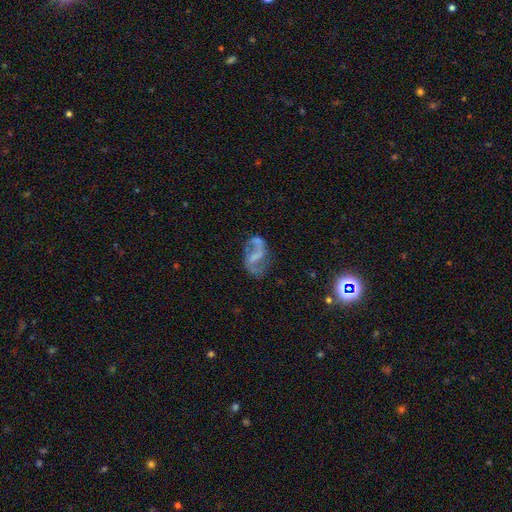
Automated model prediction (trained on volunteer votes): smooth-or-featured: featured or disk: 80% | smooth: 11% | star or artifact: 8%
  disk-edge-on: no: 98% | yes: 2%
    bar: weak: 46% | strong: 29% | no: 25%
    has-spiral-arms: yes: 90% | no: 10%
      spiral-winding: loose: 59% | medium: 34% | tight: 7%
      spiral-arm-count: 2: 89% | can't tell: 4% | 1: 4% | 3: 1% | 4: 1% | more than 4: 1%
    bulge-size: none: 52% | small: 28% | moderate: 15% | large: 3% | dominant: 1%
  merging: none: 61% | minor disturbance: 19% | major disturbance: 15% | merger: 5%